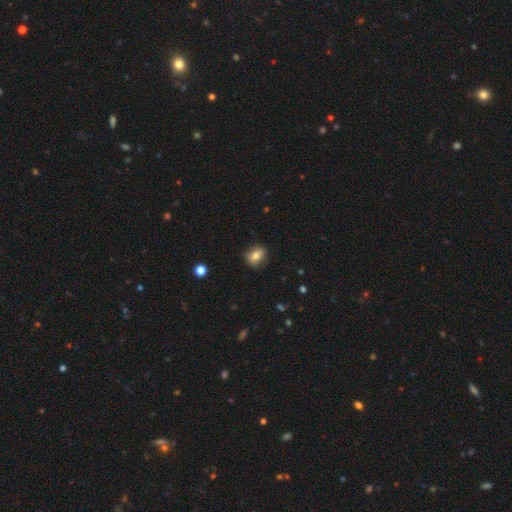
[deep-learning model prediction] Smooth or featured: smooth — 72% (featured or disk — 19%)
How rounded: round — 50% (in between — 48%)
Merging: none — 83% (minor disturbance — 13%)